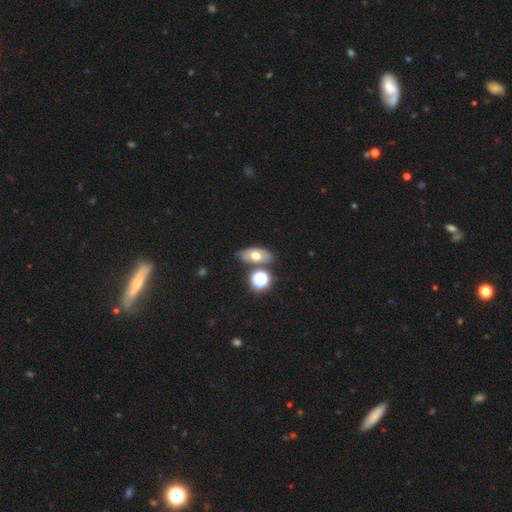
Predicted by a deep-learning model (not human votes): smooth_or_featured: smooth (p=0.55) [alt: featured or disk p=0.30]
how_rounded: in between (p=0.81) [alt: round p=0.15]
merging: none (p=0.72) [alt: minor disturbance p=0.12]